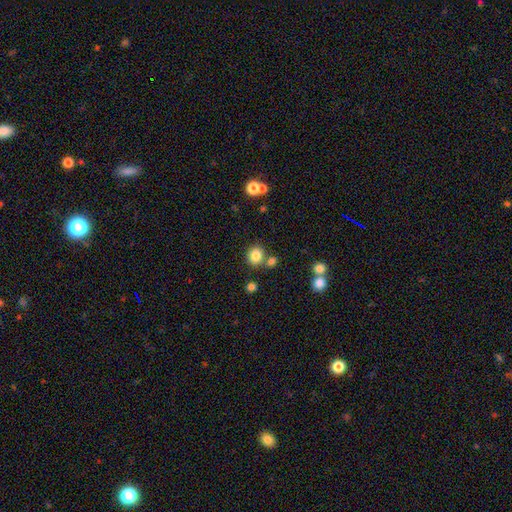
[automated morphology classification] This is clearly a smooth galaxy (83%). How rounded: likely round (74%). Merging: likely none (73%).